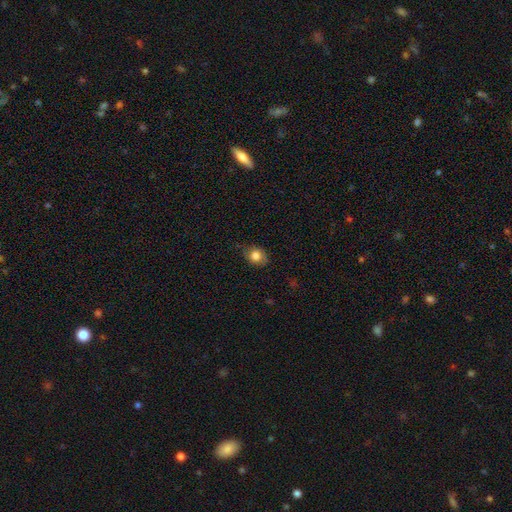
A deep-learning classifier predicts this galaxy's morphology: Overall: smooth (82%). How rounded: round (56%; in between 43%). Merging: none (71%).